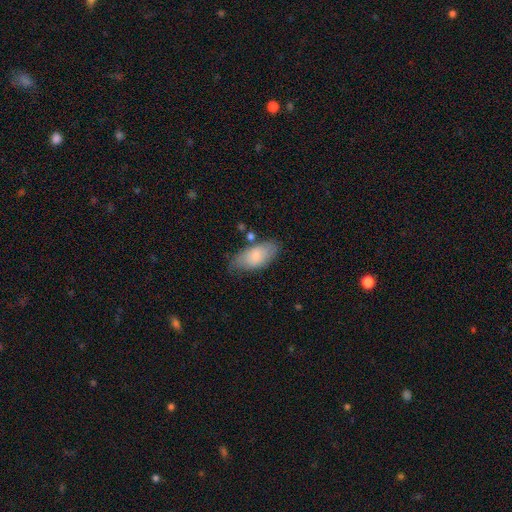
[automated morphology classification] smooth_or_featured: smooth (p=0.77) [alt: featured or disk p=0.17]
how_rounded: in between (p=0.92) [alt: cigar-shaped p=0.06]
merging: none (p=0.63) [alt: minor disturbance p=0.25]